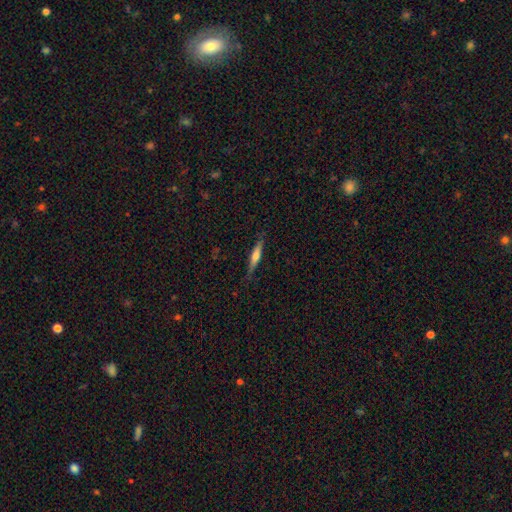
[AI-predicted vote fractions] A featured or disk galaxy (50%). Merging: none (84%).